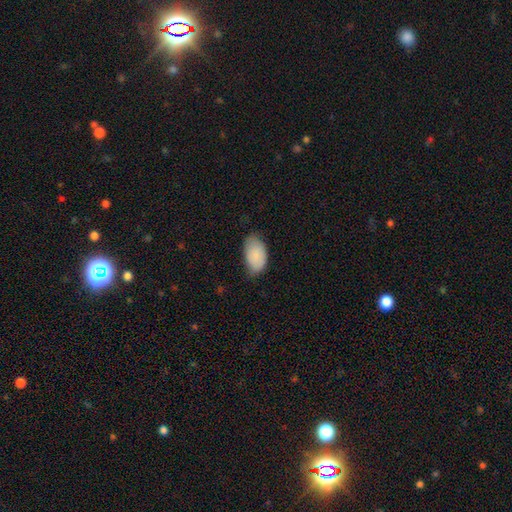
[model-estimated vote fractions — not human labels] Smooth or featured: smooth — 87% (featured or disk — 7%)
How rounded: in between — 95% (round — 4%)
Merging: none — 68% (minor disturbance — 26%)